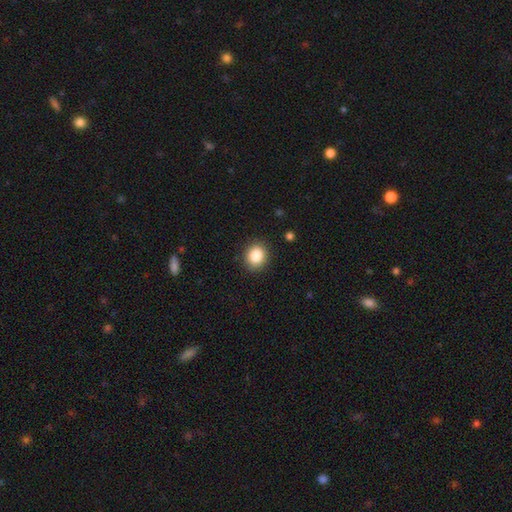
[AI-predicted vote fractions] Overall: smooth (86%). How rounded: round (67%; in between 32%). Merging: none (89%).